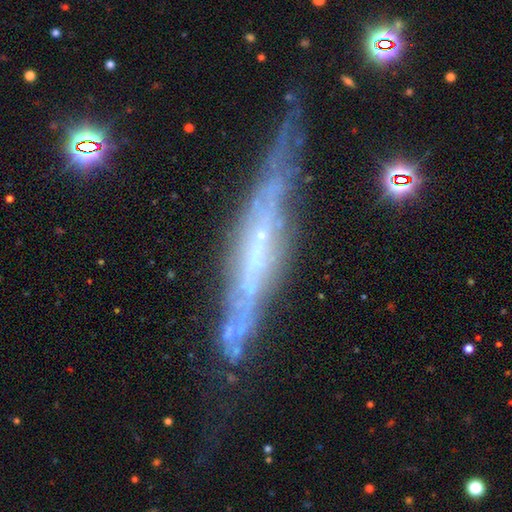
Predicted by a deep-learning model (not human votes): Smooth or featured? featured or disk (74%)
Edge-on disk? yes (77%)
Edge-on bulge? none (63%)
Merging? none (62%)